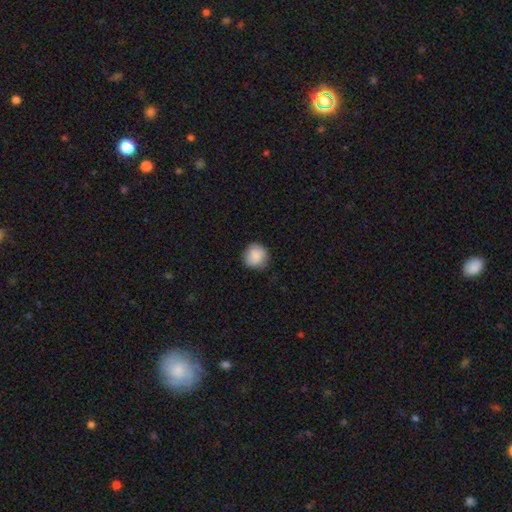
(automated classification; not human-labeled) Smooth or featured? Predicted: smooth (p=0.87). How rounded? Predicted: round (p=0.91). Merging? Predicted: none (p=0.77).